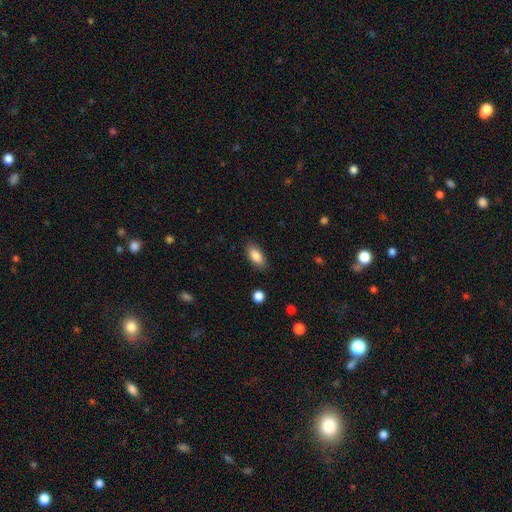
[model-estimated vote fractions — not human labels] Morphology: type=smooth (86%); roundness=in between (89%); merging=none (85%).